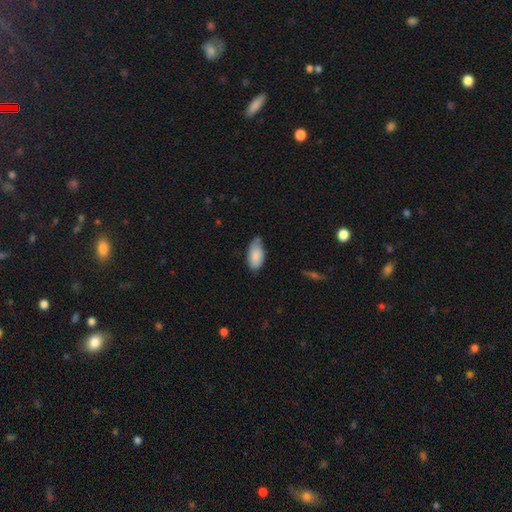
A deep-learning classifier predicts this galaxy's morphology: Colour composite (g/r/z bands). It shows a smooth galaxy with no disk features (84%) that is in between round and cigar-shaped (93%). Merging: none (54%).